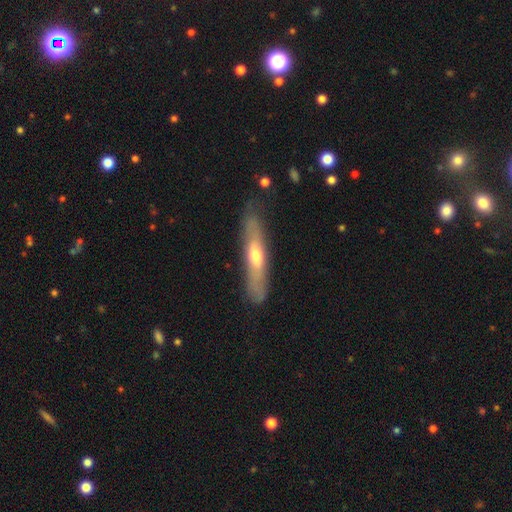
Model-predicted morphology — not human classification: smooth-or-featured: featured or disk: 50% | smooth: 44% | star or artifact: 6%
  merging: none: 78% | minor disturbance: 16% | major disturbance: 4% | merger: 2%